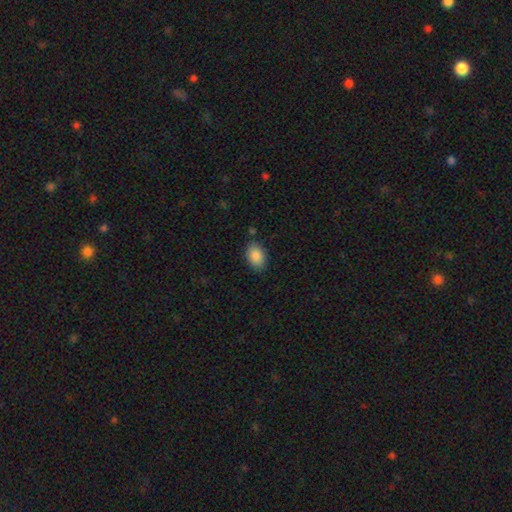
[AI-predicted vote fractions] Morphology: type=smooth (88%); roundness=in between (86%); merging=none (83%).